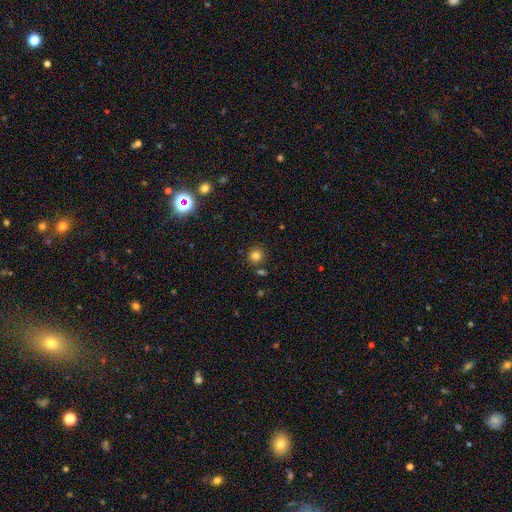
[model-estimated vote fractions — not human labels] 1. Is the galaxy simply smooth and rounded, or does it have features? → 81% smooth, 13% star or artifact, 6% featured or disk.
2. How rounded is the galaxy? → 92% round, 7% in between, 1% cigar-shaped.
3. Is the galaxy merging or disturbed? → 82% none, 8% minor disturbance, 7% merger, 3% major disturbance.